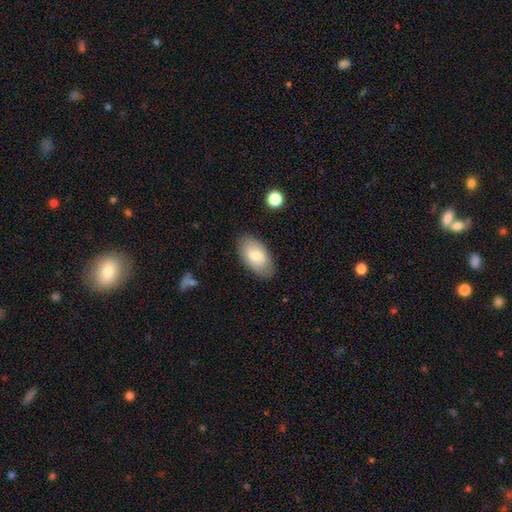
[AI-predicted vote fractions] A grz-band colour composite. It shows a smooth galaxy with no disk features (79%) that is in between round and cigar-shaped (94%). Merging: none (83%).